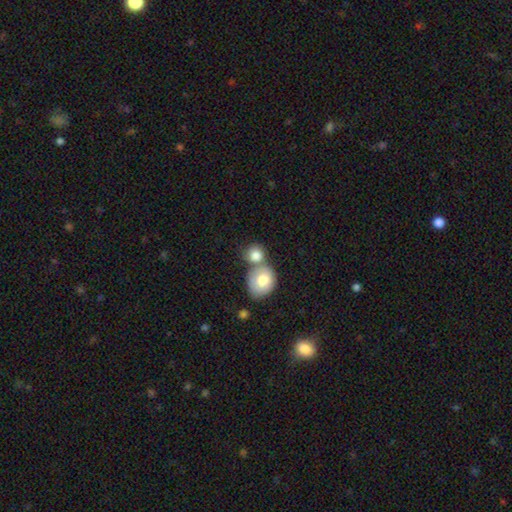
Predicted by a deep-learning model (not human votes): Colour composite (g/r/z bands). It shows a smooth galaxy with no disk features (81%) that is round (76%). Merging: merger (50%).